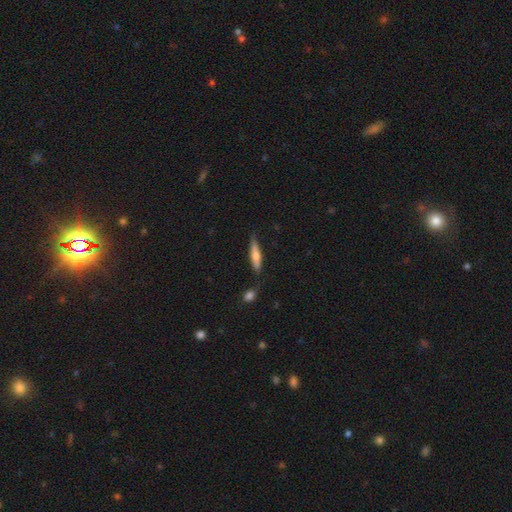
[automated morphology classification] smooth 59%, featured or disk 35%, star or artifact 6%. Down the decision tree: how rounded — cigar-shaped (83%); merging — none (77%).